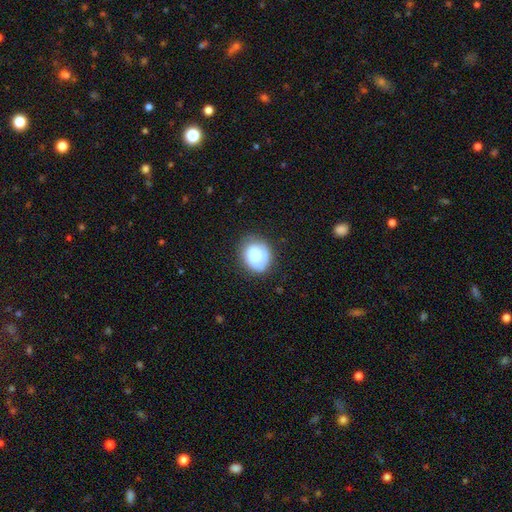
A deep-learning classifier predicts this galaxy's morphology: A smooth galaxy with no disk features (68%) that is round (61%). Merging: none (69%).